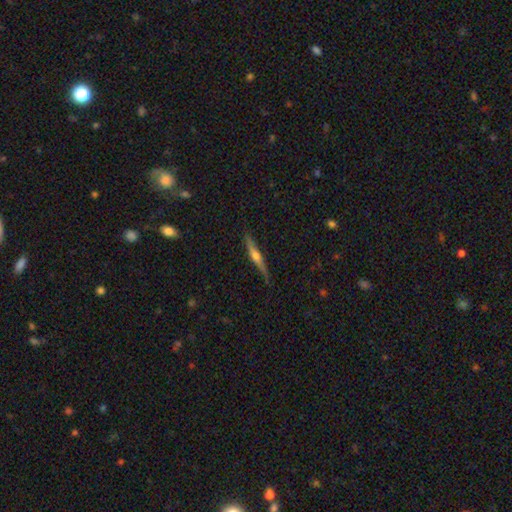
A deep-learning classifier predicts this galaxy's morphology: A featured or disk galaxy (63%) viewed edge-on (94%) with a rounded central bulge (86%).

Vote fractions:
- Smooth or featured? featured or disk: 63% / smooth: 32% / star or artifact: 6%
- Edge-on disk? yes: 94% / no: 6%
- Edge-on bulge? rounded: 86% / none: 9% / boxy: 5%
- Merging? none: 77% / minor disturbance: 19% / major disturbance: 3% / merger: 2%